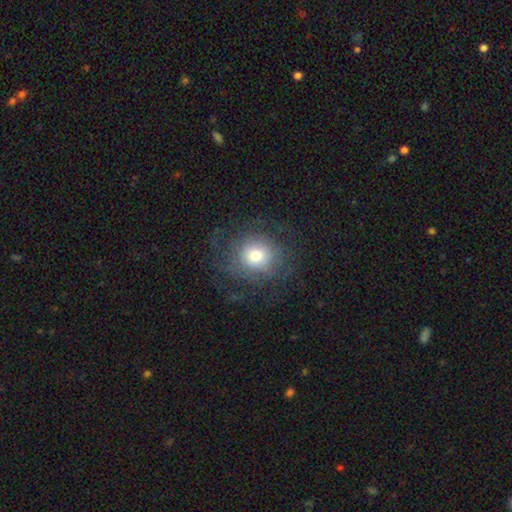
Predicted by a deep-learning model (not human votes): A smooth galaxy with no disk features (56%) that is round (86%).

Vote fractions:
- Smooth or featured? smooth: 56% / featured or disk: 32% / star or artifact: 12%
- How rounded? round: 86% / in between: 13% / cigar-shaped: 1%
- Merging? none: 70% / minor disturbance: 15% / major disturbance: 14% / merger: 1%